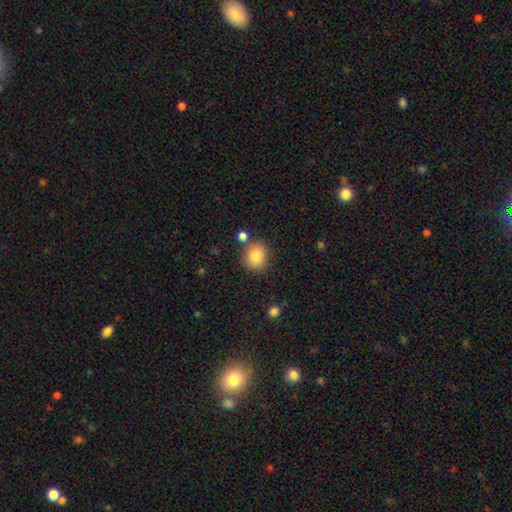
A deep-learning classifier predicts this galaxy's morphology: smooth 82%, star or artifact 10%, featured or disk 8%. Down the decision tree: how rounded — round (81%); merging — none (76%).